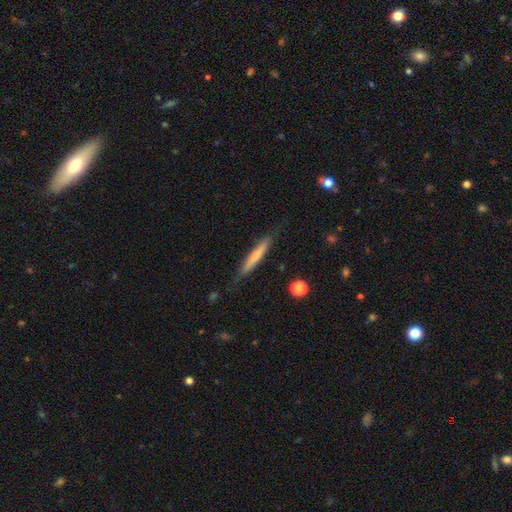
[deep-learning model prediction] smooth 55%, featured or disk 39%, star or artifact 6%. Down the decision tree: how rounded — cigar-shaped (94%); merging — none (79%).